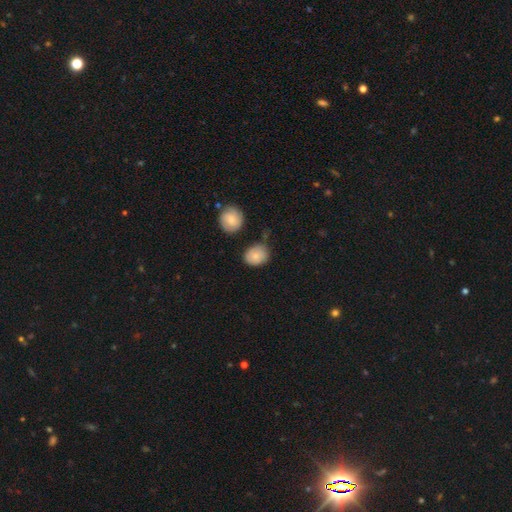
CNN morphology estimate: Smooth or featured? smooth (80%)
How rounded? round (64%)
Merging? none (68%)